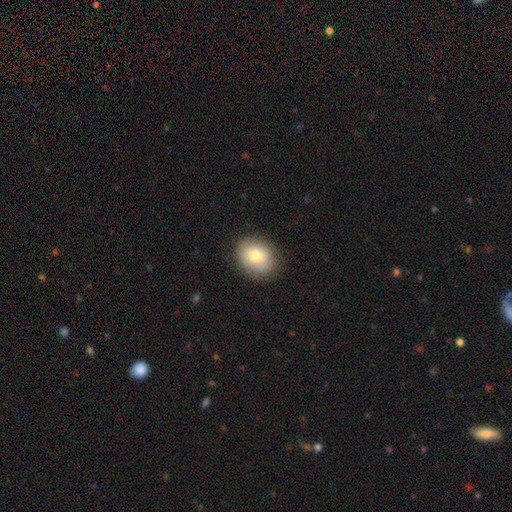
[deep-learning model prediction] Smooth or featured? smooth (74%)
How rounded? round (60%)
Merging? none (84%)